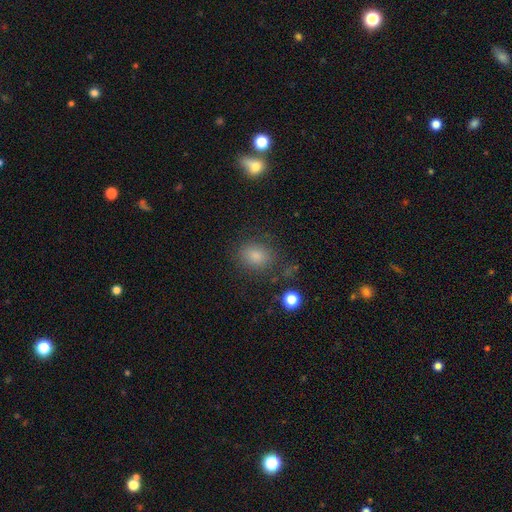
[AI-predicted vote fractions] smooth-or-featured: smooth: 77% | star or artifact: 15% | featured or disk: 8%
  how-rounded: in between: 50% | round: 49% | cigar-shaped: 1%
  merging: none: 78% | minor disturbance: 13% | major disturbance: 5% | merger: 4%